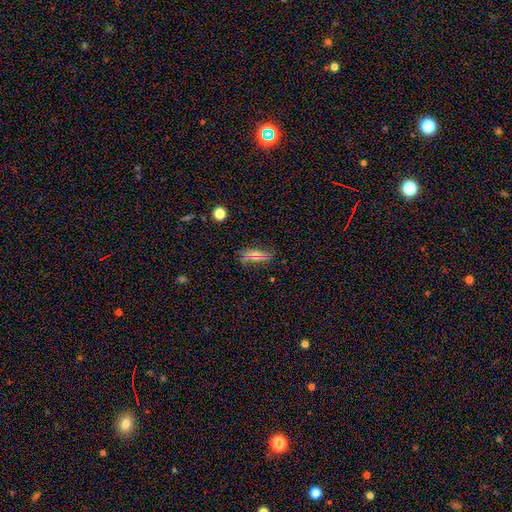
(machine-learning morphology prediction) A smooth galaxy with no disk features (54%) that is in between round and cigar-shaped (76%).

Vote fractions:
- Smooth or featured? smooth: 54% / featured or disk: 29% / star or artifact: 17%
- How rounded? in between: 76% / cigar-shaped: 19% / round: 6%
- Merging? none: 68% / minor disturbance: 21% / major disturbance: 8% / merger: 3%